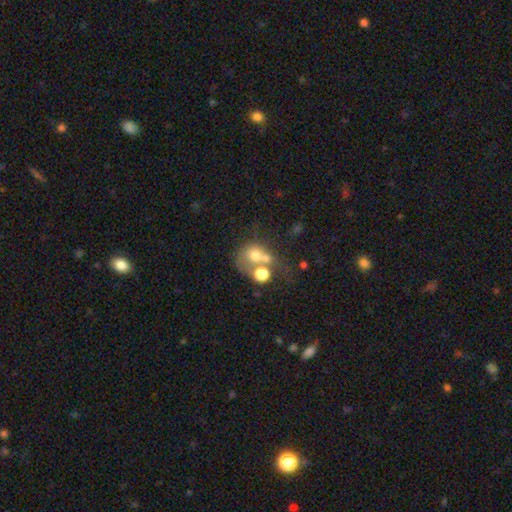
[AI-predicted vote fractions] A smooth galaxy with no disk features (57%) that is round (66%).

Vote fractions:
- Smooth or featured? smooth: 57% / featured or disk: 28% / star or artifact: 14%
- How rounded? round: 66% / in between: 33% / cigar-shaped: 1%
- Merging? merger: 53% / none: 22% / major disturbance: 15% / minor disturbance: 10%